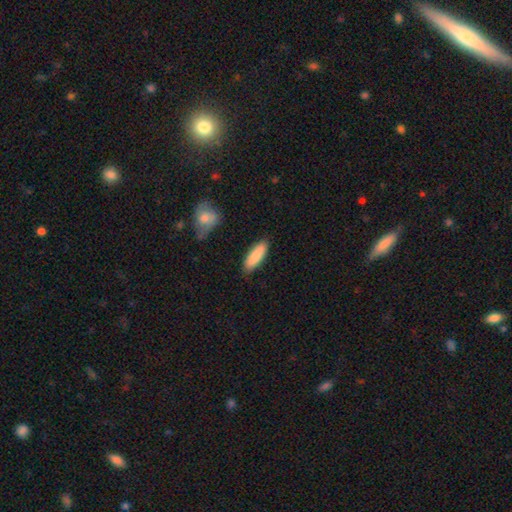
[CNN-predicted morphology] This is clearly a smooth galaxy (86%). How rounded: possibly in between (57%). Merging: clearly none (85%).